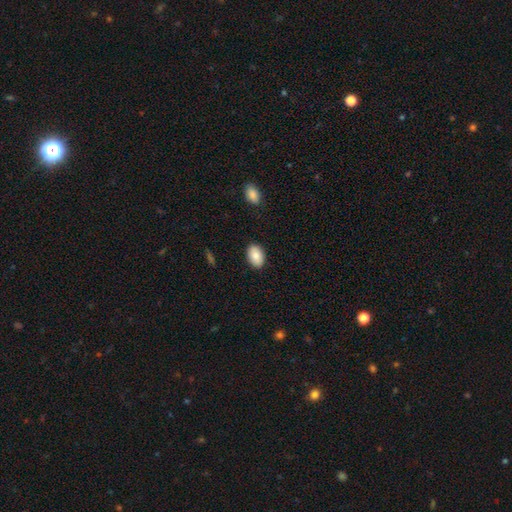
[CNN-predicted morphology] smooth_or_featured: smooth (p=0.84) [alt: featured or disk p=0.10]
how_rounded: in between (p=0.90) [alt: round p=0.09]
merging: none (p=0.88) [alt: minor disturbance p=0.09]